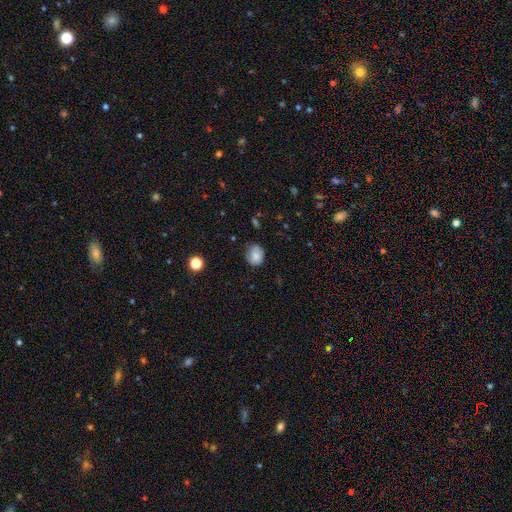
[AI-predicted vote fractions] Smooth or featured? Predicted: smooth (p=0.80). How rounded? Predicted: round (p=0.61). Merging? Predicted: none (p=0.65).